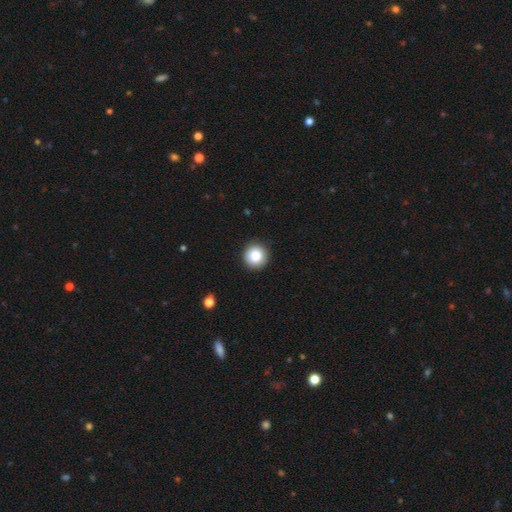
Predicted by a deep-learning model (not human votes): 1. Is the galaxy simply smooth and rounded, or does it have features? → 84% smooth, 10% star or artifact, 7% featured or disk.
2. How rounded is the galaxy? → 94% round, 5% in between, 1% cigar-shaped.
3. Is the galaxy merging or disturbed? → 92% none, 6% minor disturbance, 2% major disturbance, 1% merger.